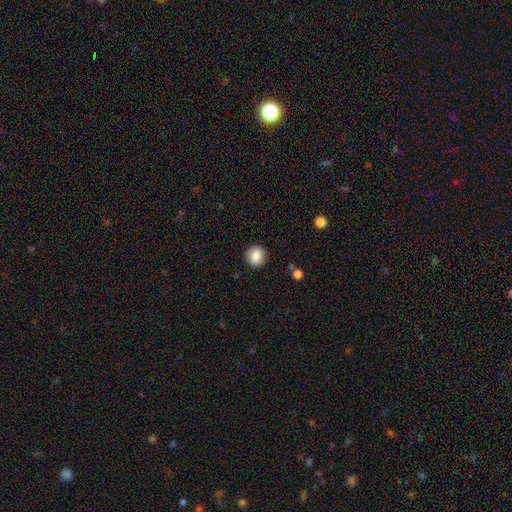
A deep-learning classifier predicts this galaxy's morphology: Smooth or featured: smooth — 87% (star or artifact — 9%)
How rounded: round — 81% (in between — 18%)
Merging: none — 89% (minor disturbance — 7%)